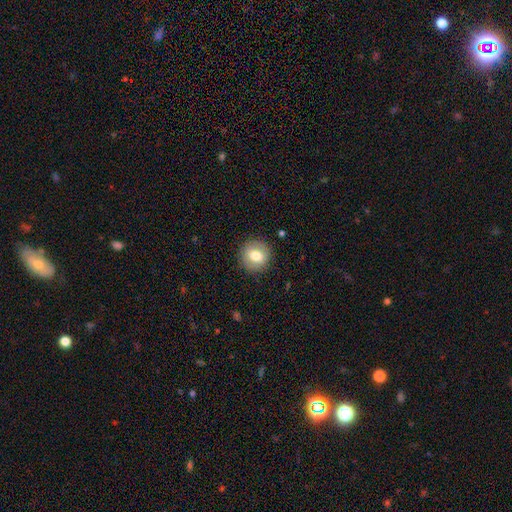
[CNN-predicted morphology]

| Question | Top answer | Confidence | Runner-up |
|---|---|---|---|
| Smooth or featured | smooth | 72% | featured or disk (20%) |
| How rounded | round | 90% | in between (9%) |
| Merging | none | 88% | minor disturbance (8%) |